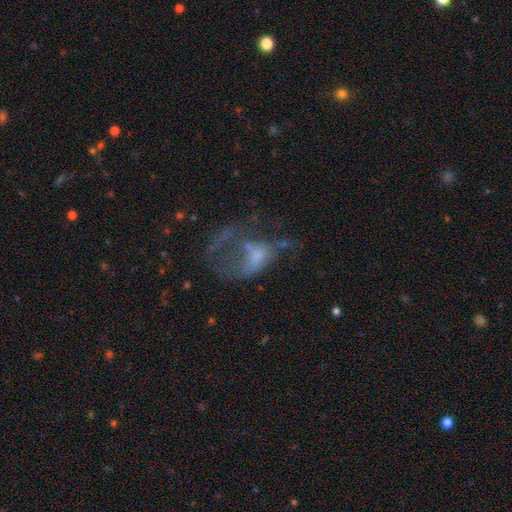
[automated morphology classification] Smooth or featured?
  - featured or disk: 50% *
  - smooth: 35%
  - star or artifact: 15%
Edge-on disk?
  - no: 96% *
  - yes: 4%
Merging?
  - major disturbance: 59% *
  - none: 18%
  - merger: 12%
  - minor disturbance: 11%